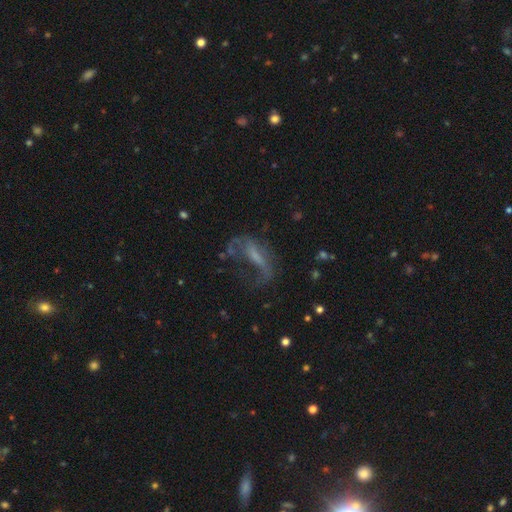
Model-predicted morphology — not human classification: Smooth or featured: featured or disk — 57% (smooth — 28%)
Edge-on disk: no — 87% (yes — 13%)
Merging: major disturbance — 45% (none — 32%)